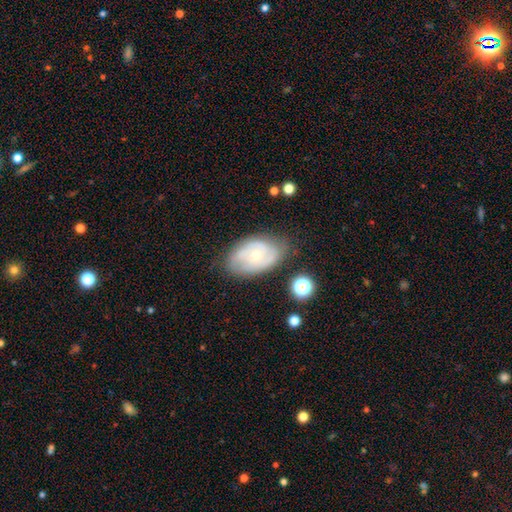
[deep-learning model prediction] Smooth or featured? featured or disk (69%)
Edge-on disk? no (95%)
Bar? no (70%)
Spiral arms? yes (85%)
Spiral winding? tight (52%)
Spiral arm count? 2 (48%)
Bulge size? small (59%)
Merging? none (68%)